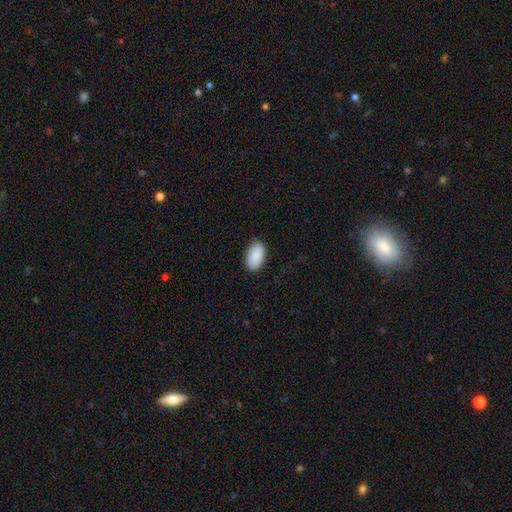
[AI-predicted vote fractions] Q: Smooth or featured?
A: smooth (90%); runner-up: star or artifact (6%)
Q: How rounded?
A: in between (96%); runner-up: round (3%)
Q: Merging?
A: none (88%); runner-up: minor disturbance (9%)